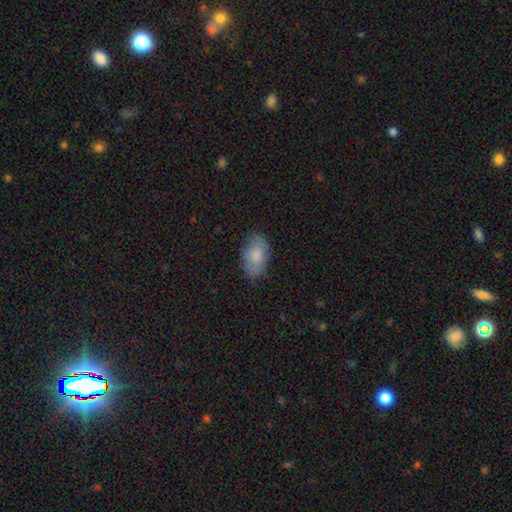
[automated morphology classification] Q: Smooth or featured?
A: smooth (81%); runner-up: featured or disk (13%)
Q: How rounded?
A: in between (93%); runner-up: round (6%)
Q: Merging?
A: none (78%); runner-up: minor disturbance (17%)